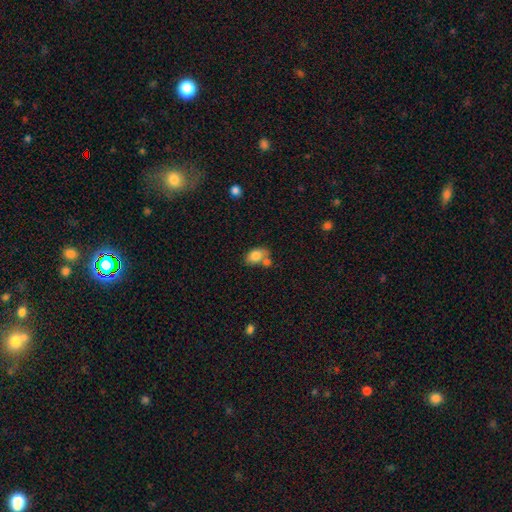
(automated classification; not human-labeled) A smooth galaxy with no disk features (80%) that is in between round and cigar-shaped (83%).

Vote fractions:
- Smooth or featured? smooth: 80% / featured or disk: 12% / star or artifact: 8%
- How rounded? in between: 83% / round: 16% / cigar-shaped: 1%
- Merging? none: 46% / merger: 31% / minor disturbance: 17% / major disturbance: 6%